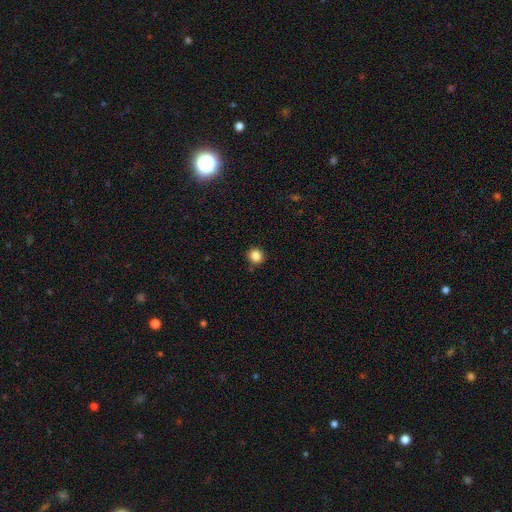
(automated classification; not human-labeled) Overall: smooth (85%). How rounded: round (87%). Merging: none (89%).